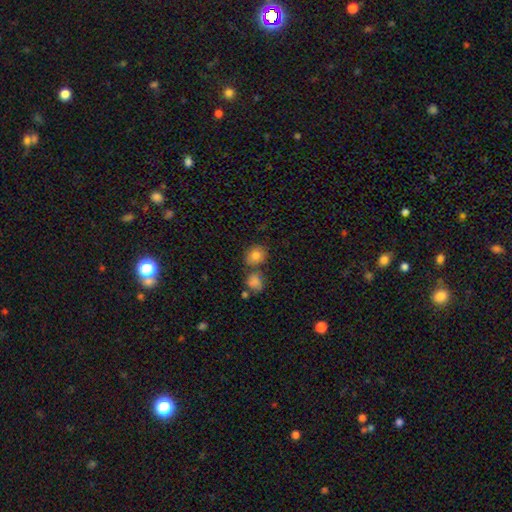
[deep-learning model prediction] The model was most divided on "how rounded": round: 66%, in between: 33%, cigar-shaped: 1%. More confident: smooth or featured — smooth (82%); merging — none (62%).